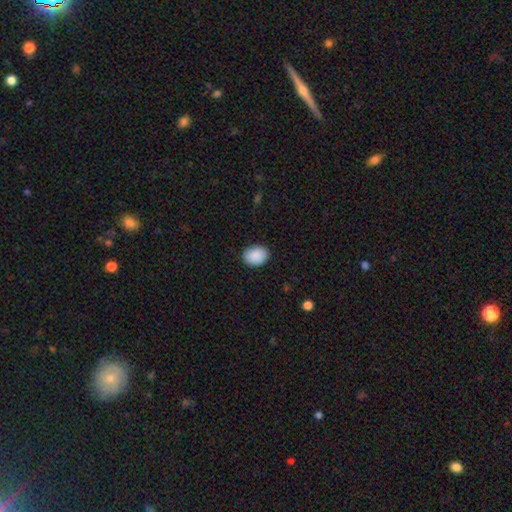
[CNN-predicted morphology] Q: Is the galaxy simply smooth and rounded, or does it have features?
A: smooth — 90%.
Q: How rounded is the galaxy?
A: in between — 61%.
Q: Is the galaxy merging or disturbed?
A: none — 87%.